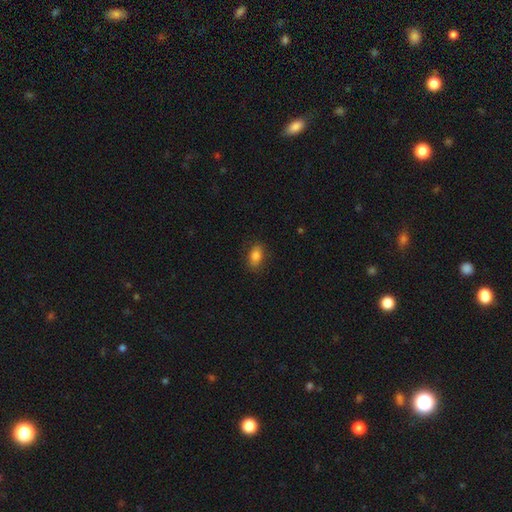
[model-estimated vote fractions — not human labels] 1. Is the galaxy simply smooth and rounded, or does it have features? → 84% smooth, 9% star or artifact, 8% featured or disk.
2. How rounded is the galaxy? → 86% in between, 11% round, 3% cigar-shaped.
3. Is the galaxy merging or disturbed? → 83% none, 13% minor disturbance, 3% major disturbance, 1% merger.